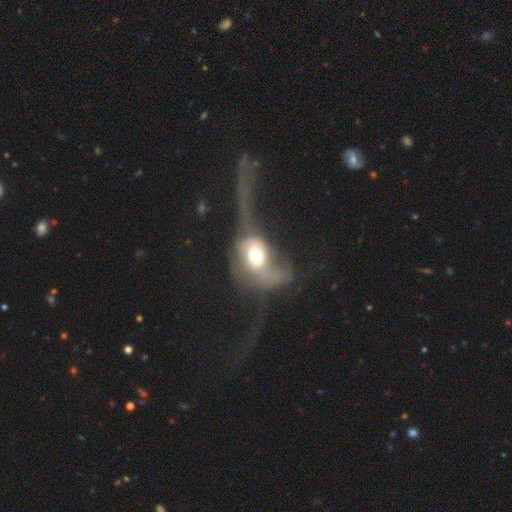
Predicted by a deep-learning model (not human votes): Morphology: type=smooth (46%); merging=major disturbance (68%).